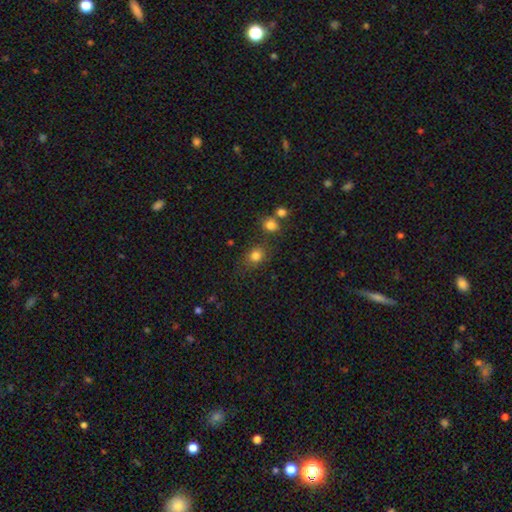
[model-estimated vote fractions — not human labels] smooth 80%, star or artifact 13%, featured or disk 7%. Down the decision tree: how rounded — round (64%); merging — none (68%).